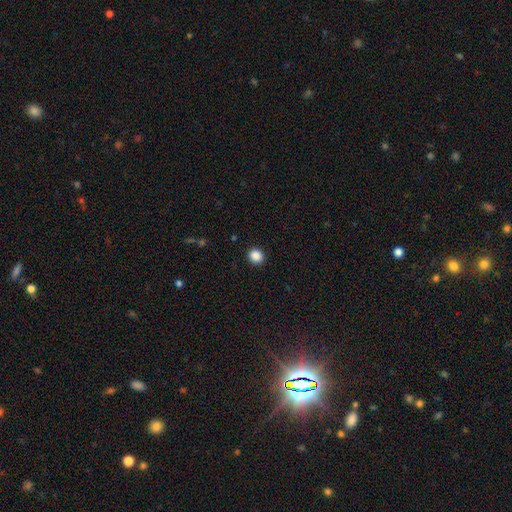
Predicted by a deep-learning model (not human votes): This appears to be a smooth galaxy with no disk features (87%) that is round (82%). Merging: none (91%).